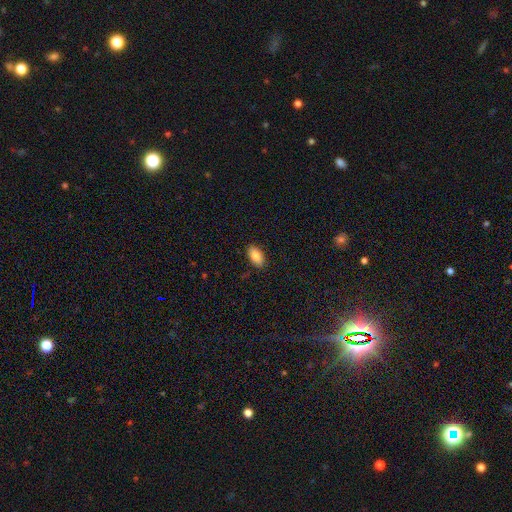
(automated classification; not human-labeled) A smooth galaxy with no disk features (85%) that is in between round and cigar-shaped (94%).

Vote fractions:
- Smooth or featured? smooth: 85% / star or artifact: 7% / featured or disk: 7%
- How rounded? in between: 94% / round: 4% / cigar-shaped: 2%
- Merging? none: 88% / minor disturbance: 9% / major disturbance: 2% / merger: 1%